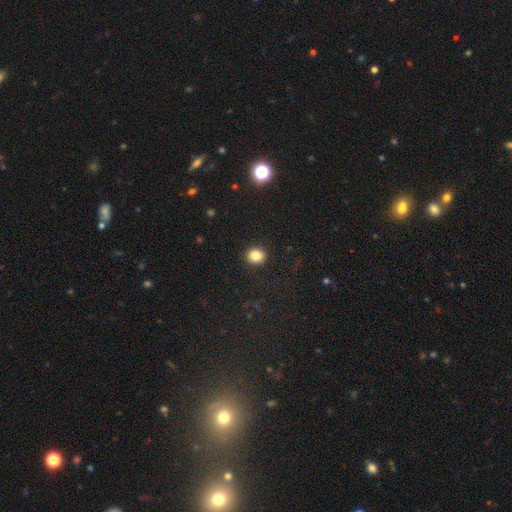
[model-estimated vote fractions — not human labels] Morphology: type=smooth (83%); roundness=round (75%); merging=none (91%).